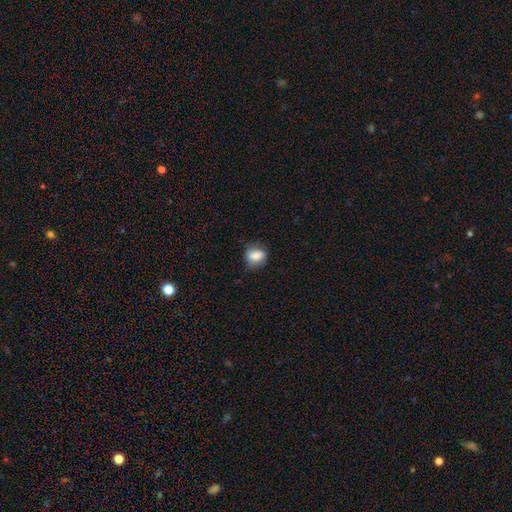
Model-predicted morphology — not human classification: Smooth or featured?
  - smooth: 82% *
  - featured or disk: 9%
  - star or artifact: 9%
How rounded?
  - in between: 58% *
  - round: 40%
  - cigar-shaped: 2%
Merging?
  - none: 71% *
  - minor disturbance: 22%
  - major disturbance: 5%
  - merger: 1%